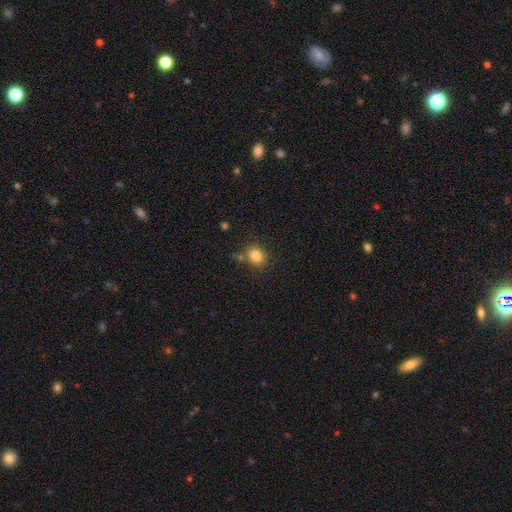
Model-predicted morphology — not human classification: Smooth or featured?
  - smooth: 83% *
  - star or artifact: 11%
  - featured or disk: 6%
How rounded?
  - round: 75% *
  - in between: 25%
  - cigar-shaped: 1%
Merging?
  - none: 77% *
  - minor disturbance: 12%
  - merger: 7%
  - major disturbance: 4%